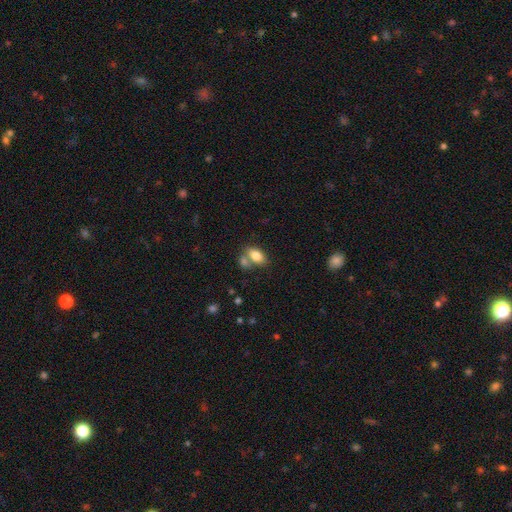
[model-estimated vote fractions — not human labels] Smooth or featured? smooth (81%)
How rounded? in between (89%)
Merging? none (45%)